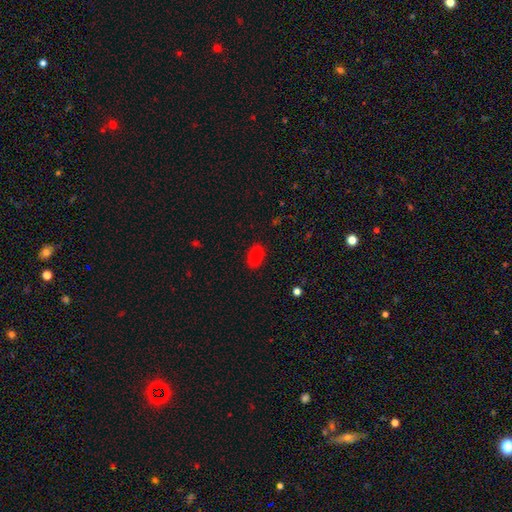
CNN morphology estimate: Smooth or featured: smooth — 82% (star or artifact — 14%)
How rounded: in between — 89% (round — 9%)
Merging: none — 87% (minor disturbance — 10%)